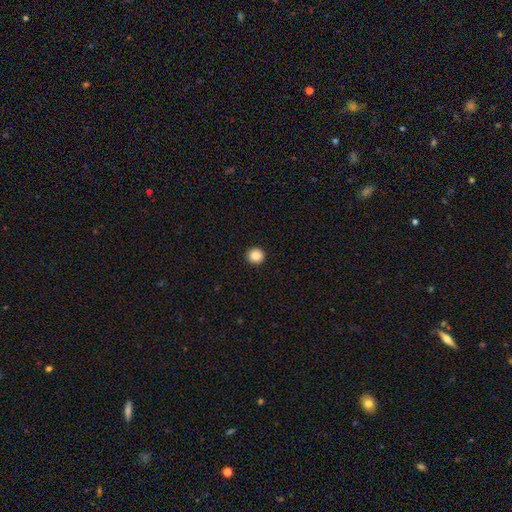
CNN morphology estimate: Smooth or featured: smooth — 87% (star or artifact — 9%)
How rounded: round — 92% (in between — 7%)
Merging: none — 93% (minor disturbance — 4%)